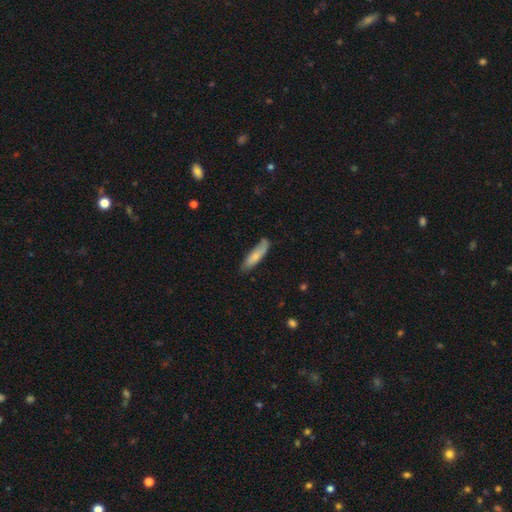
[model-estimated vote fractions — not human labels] Smooth or featured? Predicted: smooth (p=0.76). How rounded? Predicted: cigar-shaped (p=0.69). Merging? Predicted: none (p=0.71).